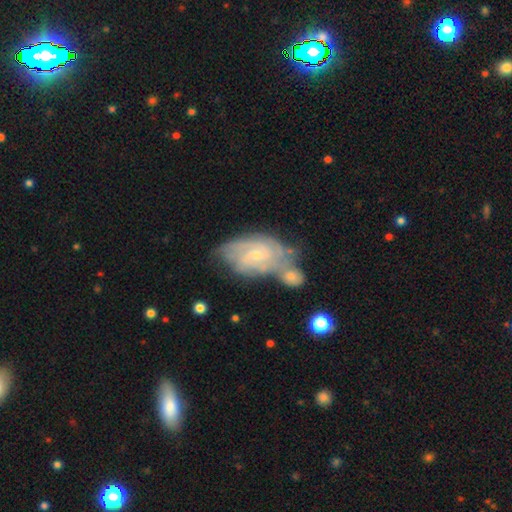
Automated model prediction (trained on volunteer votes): Smooth or featured? Predicted: featured or disk (p=0.80). Edge-on disk? Predicted: no (p=0.96). Bar? Predicted: no (p=0.51). Spiral arms? Predicted: yes (p=0.92). Spiral winding? Predicted: tight (p=0.56). Spiral arm count? Predicted: can't tell (p=0.36). Bulge size? Predicted: small (p=0.70). Merging? Predicted: merger (p=0.36).